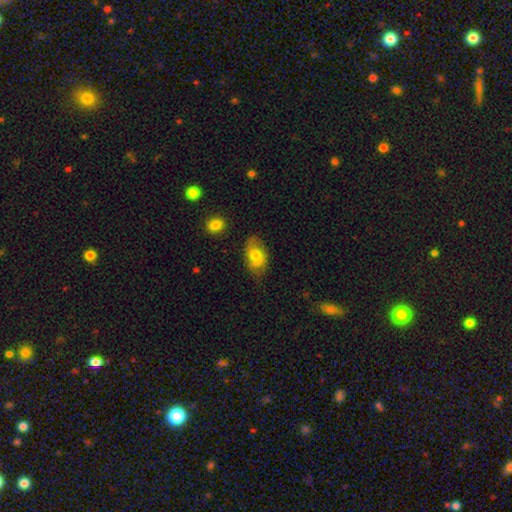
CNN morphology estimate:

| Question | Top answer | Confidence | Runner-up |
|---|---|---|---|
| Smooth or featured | smooth | 64% | featured or disk (29%) |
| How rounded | in between | 87% | round (11%) |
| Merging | none | 68% | minor disturbance (24%) |